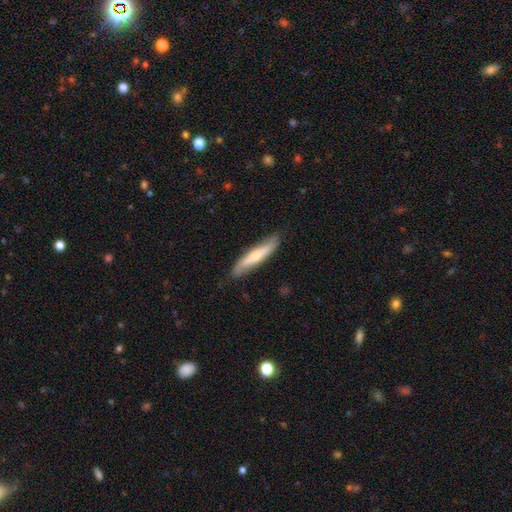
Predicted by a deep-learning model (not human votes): The model was most divided on "smooth or featured": smooth: 54%, featured or disk: 41%, star or artifact: 5%. More confident: how rounded — cigar-shaped (87%); merging — none (81%).